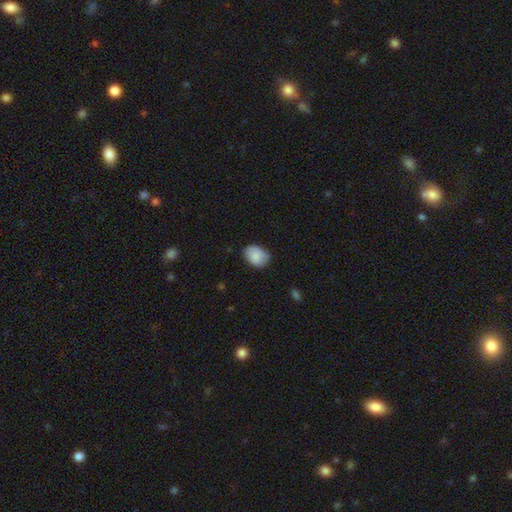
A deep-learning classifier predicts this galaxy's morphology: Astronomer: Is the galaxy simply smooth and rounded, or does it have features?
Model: smooth — 86%.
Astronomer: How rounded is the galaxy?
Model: in between — 74%.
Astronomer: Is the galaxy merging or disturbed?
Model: none — 71%.